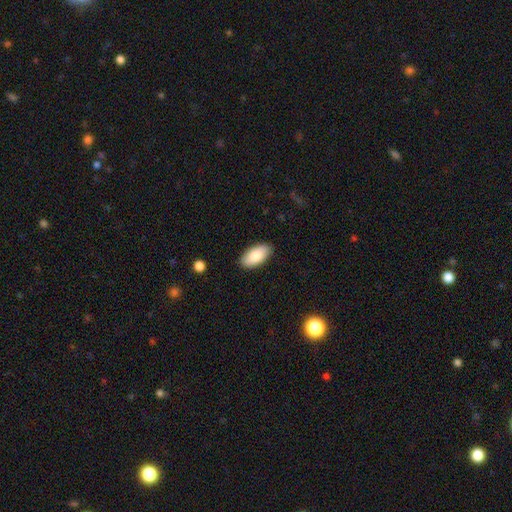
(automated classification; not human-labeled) Overall: smooth (84%). How rounded: in between (94%). Merging: none (88%).